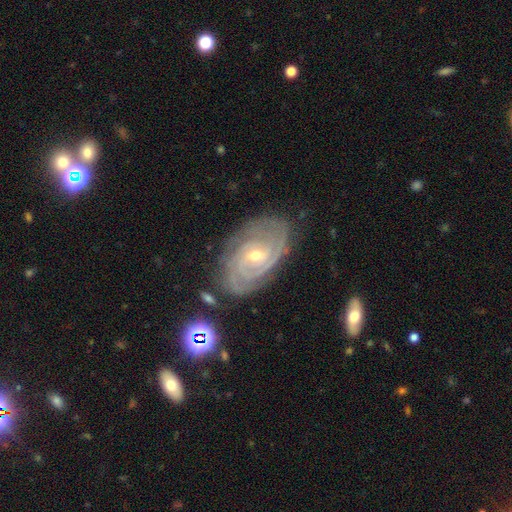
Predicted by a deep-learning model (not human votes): The model was most divided on "spiral arm count": 3: 27%, 2: 26%, can't tell: 20%, 4: 15%, more than 4: 6%, 1: 5%. More confident: spiral arms — yes (98%); edge-on disk — no (96%); smooth or featured — featured or disk (88%); merging — none (77%); spiral winding — tight (76%); bulge size — small (56%); bar — no (52%).